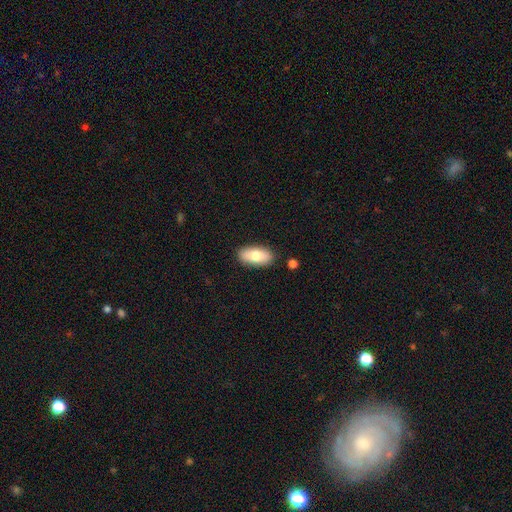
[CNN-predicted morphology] The model was most divided on "smooth or featured": smooth: 76%, featured or disk: 18%, star or artifact: 7%. More confident: how rounded — in between (90%); merging — none (85%).